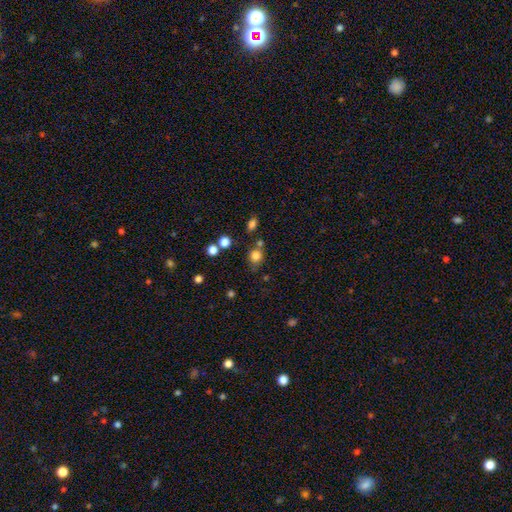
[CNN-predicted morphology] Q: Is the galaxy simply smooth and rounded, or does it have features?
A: smooth — 80%.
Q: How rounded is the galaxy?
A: round — 71%.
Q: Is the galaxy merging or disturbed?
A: none — 65%.